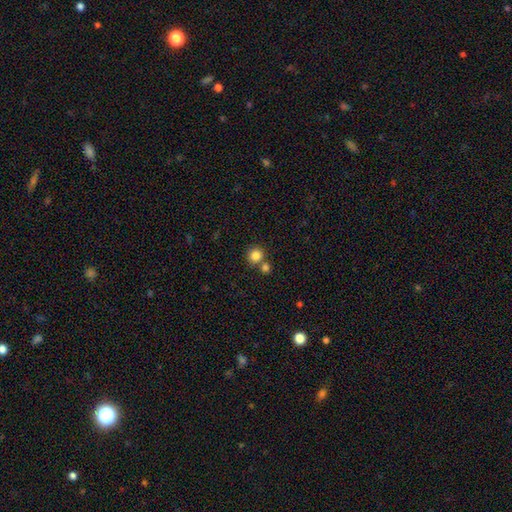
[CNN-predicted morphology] Q: Smooth or featured?
A: smooth (83%); runner-up: star or artifact (11%)
Q: How rounded?
A: round (93%); runner-up: in between (6%)
Q: Merging?
A: none (67%); runner-up: merger (24%)